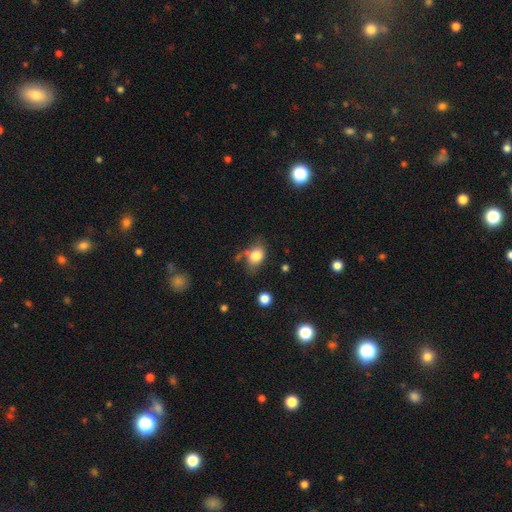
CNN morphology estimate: This appears to be a smooth galaxy with no disk features (80%) that is in between round and cigar-shaped (71%). Merging: none (54%).